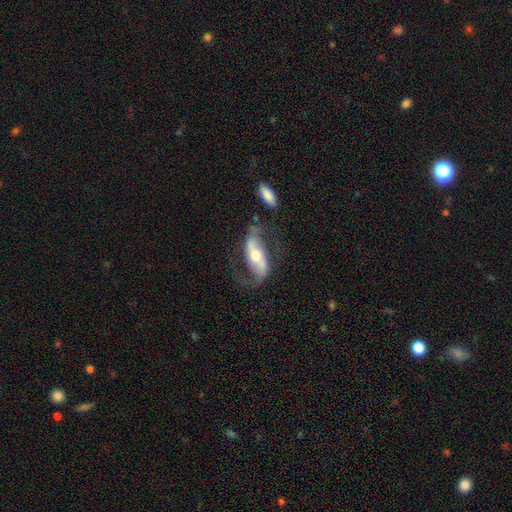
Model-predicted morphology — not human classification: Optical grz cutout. It shows a featured or disk galaxy (78%) with a strong bar (46%), 2 (90%) loose (70%) spiral arms (89%) and a moderate central bulge (68%). Merging: none (58%).